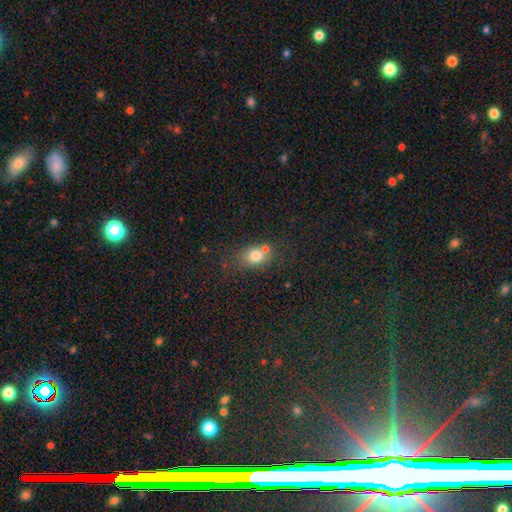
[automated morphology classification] Smooth or featured: smooth — 75% (featured or disk — 13%)
How rounded: in between — 52% (round — 46%)
Merging: none — 50% (merger — 31%)